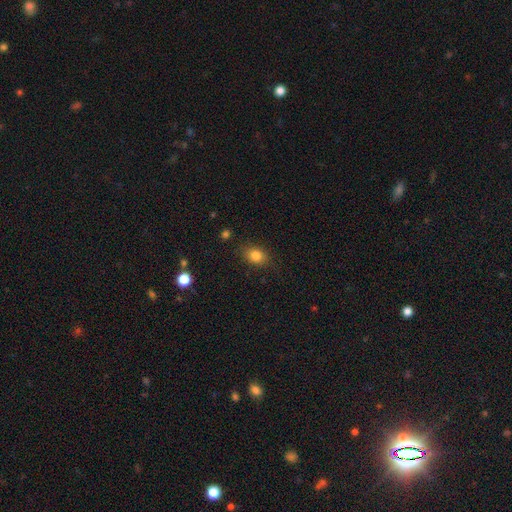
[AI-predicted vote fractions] Q: Smooth or featured?
A: smooth (83%); runner-up: star or artifact (11%)
Q: How rounded?
A: in between (60%); runner-up: round (38%)
Q: Merging?
A: none (84%); runner-up: minor disturbance (11%)